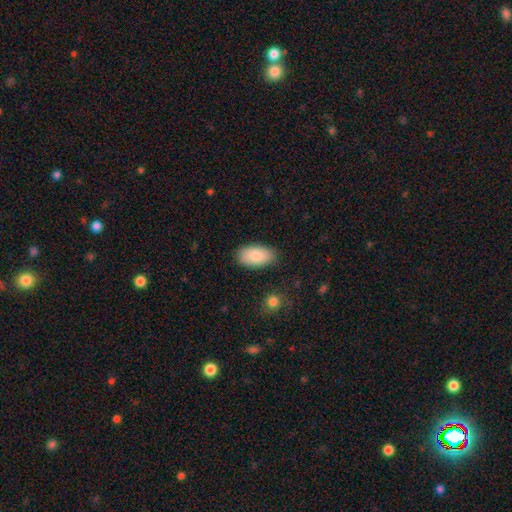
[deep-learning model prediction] A smooth galaxy with no disk features (87%) that is in between round and cigar-shaped (95%). Merging: none (84%).